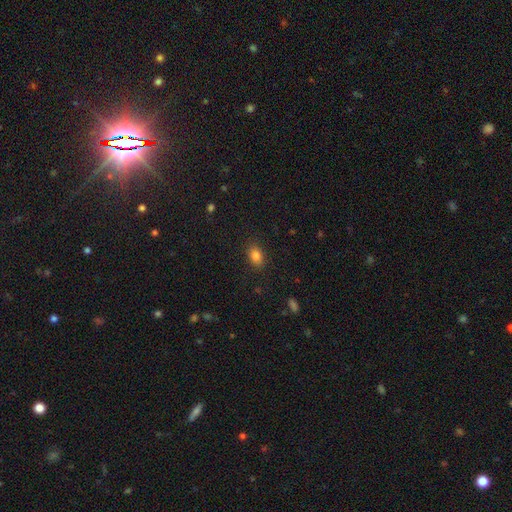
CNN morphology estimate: Smooth or featured? smooth (83%)
How rounded? in between (79%)
Merging? none (87%)